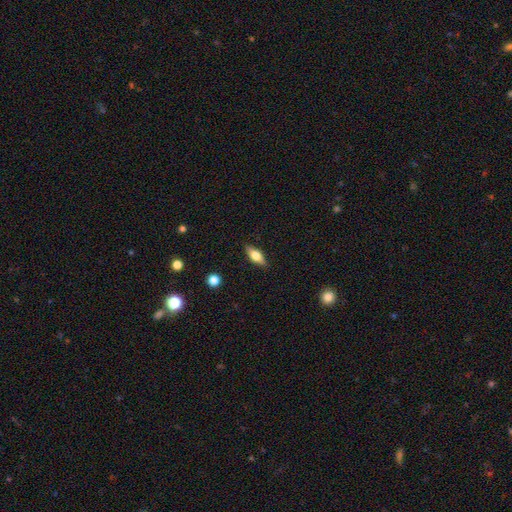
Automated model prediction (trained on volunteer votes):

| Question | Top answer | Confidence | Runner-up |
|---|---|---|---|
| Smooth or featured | smooth | 60% | featured or disk (33%) |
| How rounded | in between | 69% | cigar-shaped (27%) |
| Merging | none | 87% | minor disturbance (10%) |